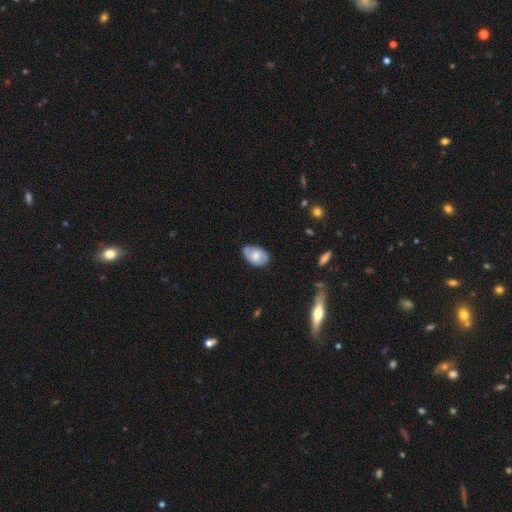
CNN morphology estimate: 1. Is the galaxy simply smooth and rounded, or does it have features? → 65% smooth, 28% featured or disk, 7% star or artifact.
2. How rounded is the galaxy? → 91% in between, 8% round, 1% cigar-shaped.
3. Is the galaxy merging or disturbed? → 68% none, 26% minor disturbance, 4% major disturbance, 3% merger.